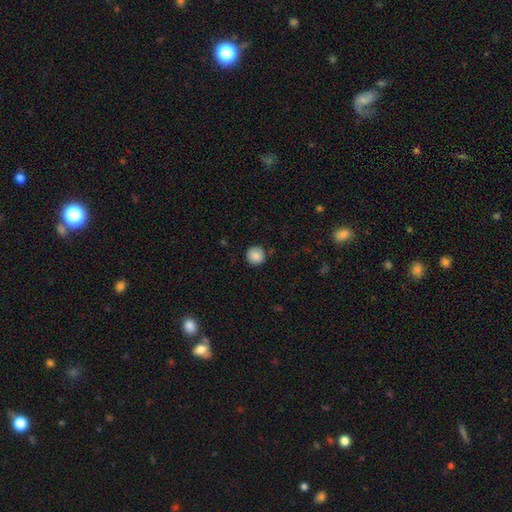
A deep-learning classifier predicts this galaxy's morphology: A smooth galaxy with no disk features (87%) that is round (94%).

Vote fractions:
- Smooth or featured? smooth: 87% / star or artifact: 9% / featured or disk: 4%
- How rounded? round: 94% / in between: 5% / cigar-shaped: 1%
- Merging? none: 88% / minor disturbance: 8% / major disturbance: 2% / merger: 1%